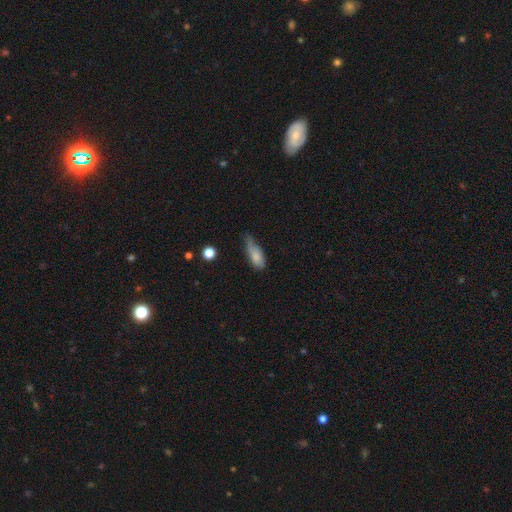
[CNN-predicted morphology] Overall: smooth (78%). How rounded: in between (74%). Merging: minor disturbance (47%; none 31%).